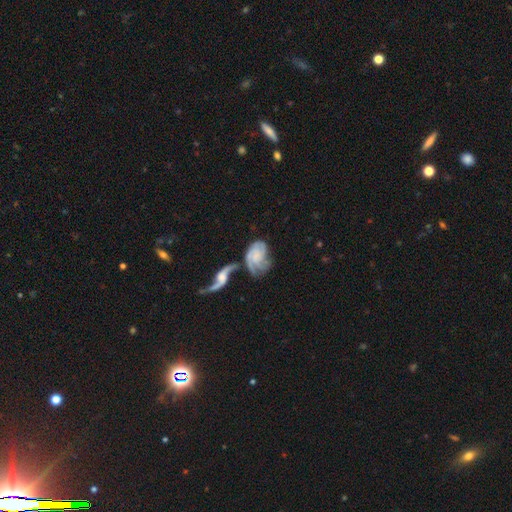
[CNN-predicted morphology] This appears to be a featured or disk galaxy (80%) with no bar (66%), 2 (35%) medium (38%) spiral arms (93%) and no central bulge (39%). Merging: none (31%).